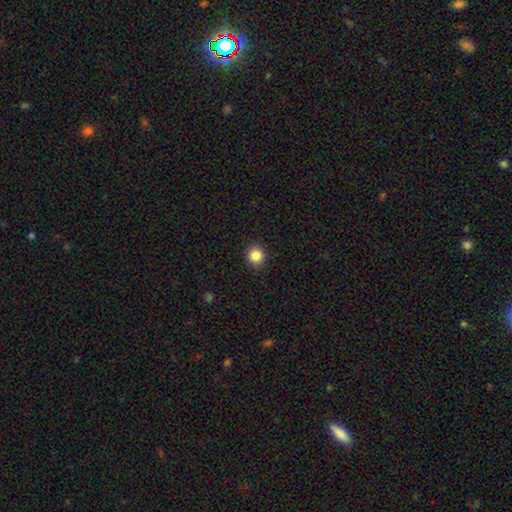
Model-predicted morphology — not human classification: Smooth or featured: smooth — 86% (star or artifact — 10%)
How rounded: round — 89% (in between — 10%)
Merging: none — 92% (minor disturbance — 5%)